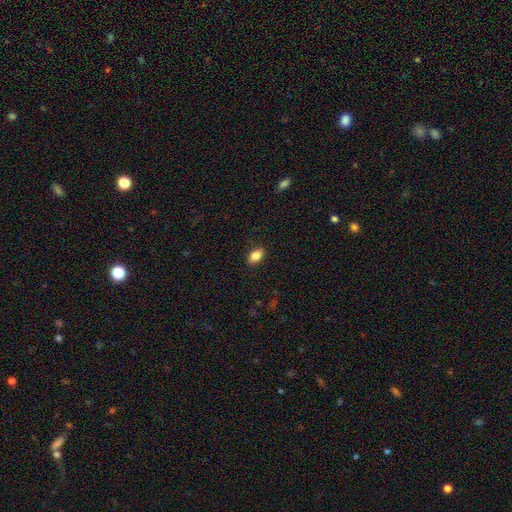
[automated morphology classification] Q: Smooth or featured?
A: smooth (84%); runner-up: featured or disk (8%)
Q: How rounded?
A: in between (89%); runner-up: round (8%)
Q: Merging?
A: none (88%); runner-up: minor disturbance (9%)